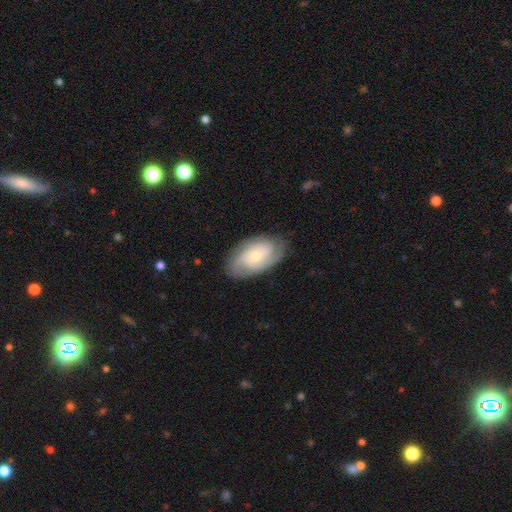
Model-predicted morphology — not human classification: Smooth or featured? Predicted: featured or disk (p=0.73). Edge-on disk? Predicted: no (p=0.95). Bar? Predicted: no (p=0.71). Spiral arms? Predicted: yes (p=0.93). Spiral winding? Predicted: tight (p=0.56). Spiral arm count? Predicted: 2 (p=0.31). Bulge size? Predicted: small (p=0.61). Merging? Predicted: none (p=0.81).